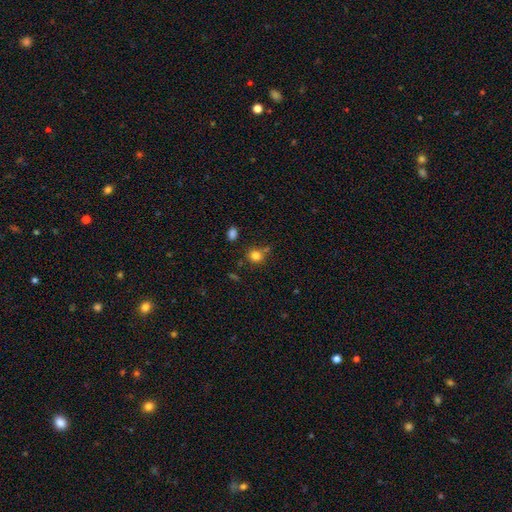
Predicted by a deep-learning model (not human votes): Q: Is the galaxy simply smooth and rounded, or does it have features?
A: smooth — 81%.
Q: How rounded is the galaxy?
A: round — 80%.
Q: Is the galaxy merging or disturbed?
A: none — 70%.